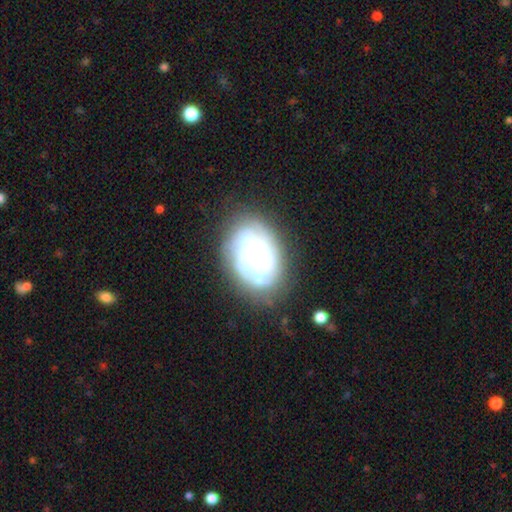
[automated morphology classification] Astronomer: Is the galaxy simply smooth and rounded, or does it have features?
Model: featured or disk — 70%.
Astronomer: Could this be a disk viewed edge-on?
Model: no — 97%.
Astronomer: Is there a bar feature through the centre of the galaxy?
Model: no — 79%.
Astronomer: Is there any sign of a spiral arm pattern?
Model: yes — 82%.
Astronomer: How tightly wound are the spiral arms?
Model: tight — 65%.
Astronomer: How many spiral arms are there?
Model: can't tell — 49%.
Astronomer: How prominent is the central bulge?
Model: moderate — 44% (runner-up: small, 43%).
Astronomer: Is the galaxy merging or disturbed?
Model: none — 71%.